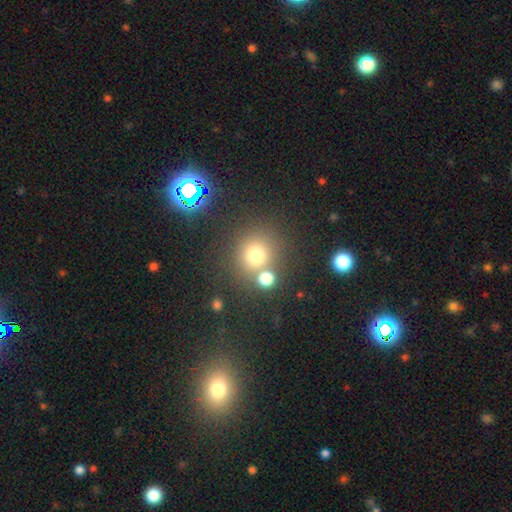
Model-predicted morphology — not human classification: Smooth or featured? Predicted: smooth (p=0.71). How rounded? Predicted: round (p=0.89). Merging? Predicted: none (p=0.66).